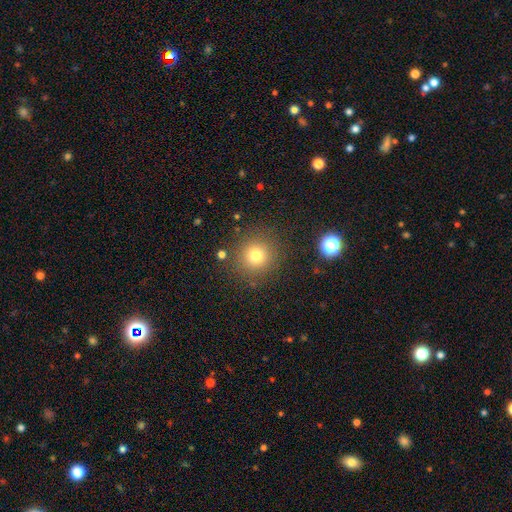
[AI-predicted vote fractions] This appears to be a smooth galaxy with no disk features (74%) that is round (94%). Merging: none (86%).